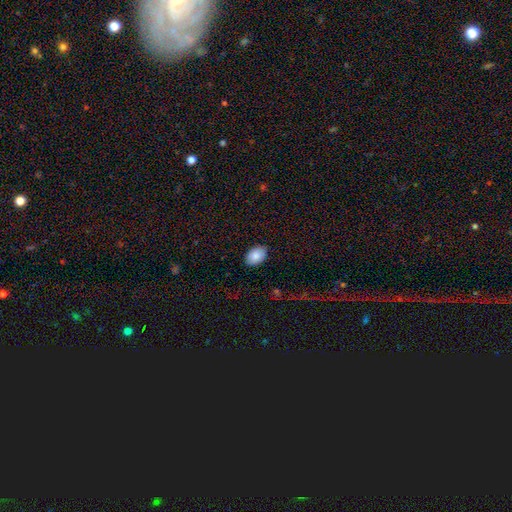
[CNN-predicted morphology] smooth-or-featured: smooth: 86% | star or artifact: 7% | featured or disk: 7%
  how-rounded: in between: 88% | round: 11% | cigar-shaped: 1%
  merging: none: 88% | minor disturbance: 9% | major disturbance: 2% | merger: 1%